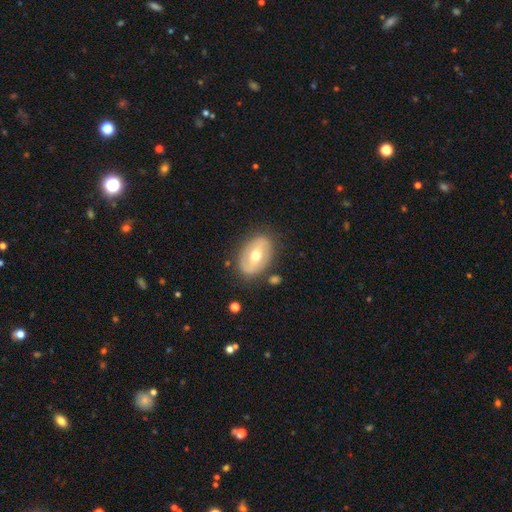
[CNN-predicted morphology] A featured or disk galaxy (58%) with a weak bar (36%, tied with no), no spiral arms (57%) and a moderate central bulge (75%). Merging: none (80%).